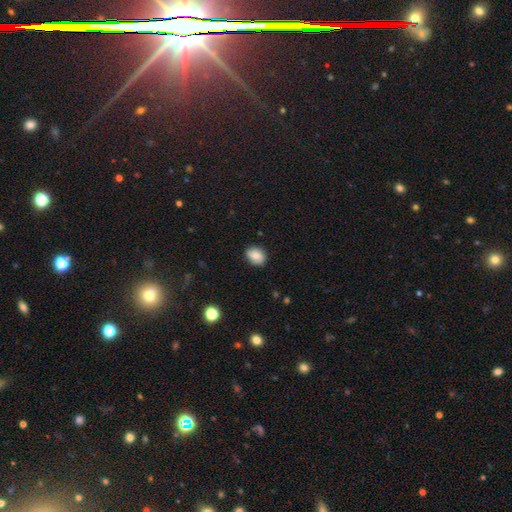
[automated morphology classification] smooth-or-featured: smooth: 82% | featured or disk: 9% | star or artifact: 8%
  how-rounded: in between: 61% | round: 38% | cigar-shaped: 1%
  merging: none: 83% | minor disturbance: 14% | major disturbance: 3% | merger: 1%